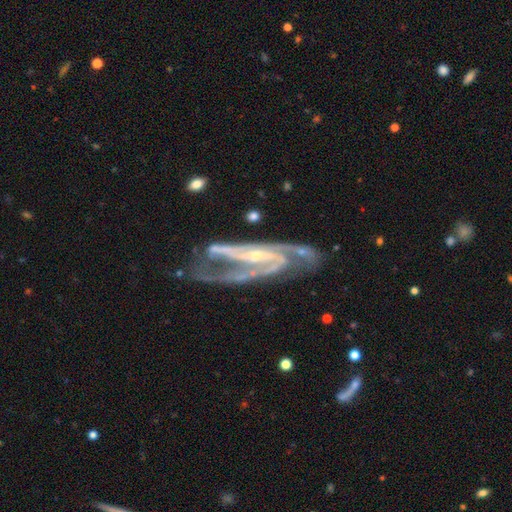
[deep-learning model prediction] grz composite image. It shows a featured or disk galaxy (91%) with a strong bar (44%), 2 (66%) medium (53%) spiral arms (98%) and a small central bulge (75%). Merging: none (60%).